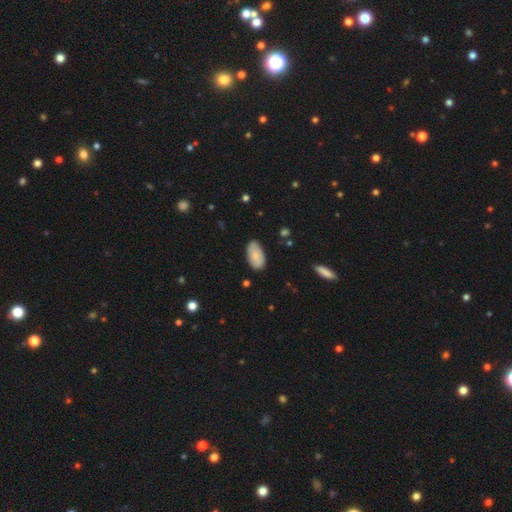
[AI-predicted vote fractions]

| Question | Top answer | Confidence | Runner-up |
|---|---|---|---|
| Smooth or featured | smooth | 81% | featured or disk (13%) |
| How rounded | in between | 95% | round (3%) |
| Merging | none | 83% | minor disturbance (13%) |